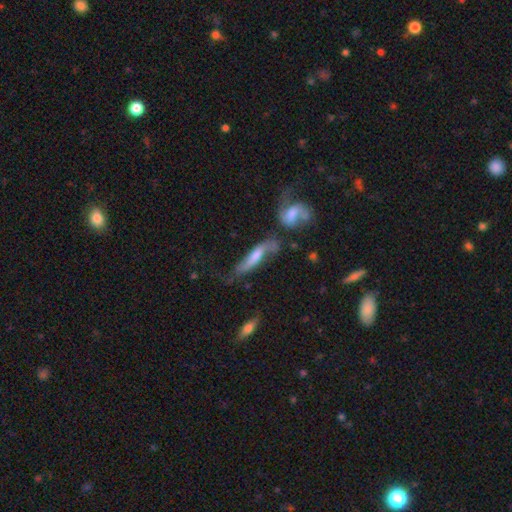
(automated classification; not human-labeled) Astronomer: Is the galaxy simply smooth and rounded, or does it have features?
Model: featured or disk — 63%.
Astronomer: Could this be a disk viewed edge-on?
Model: no — 59% (runner-up: yes, 41%).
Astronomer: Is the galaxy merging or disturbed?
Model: none — 41% (runner-up: merger, 21%).